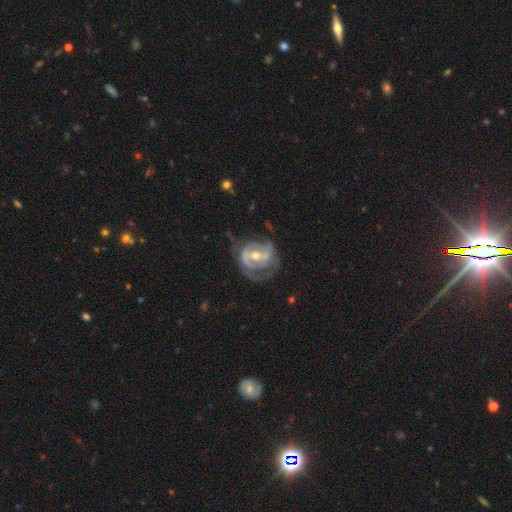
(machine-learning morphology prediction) This is clearly a featured or disk galaxy (82%). It is clearly not viewed edge-on (97%). Bar: marginally weak (40%). Spiral arm pattern: clearly yes (80%). Spiral arm count: possibly 2 (51%). Spiral winding: marginally medium (40%, tied with tight). Central bulge: likely moderate (61%). Merging: possibly none (50%).